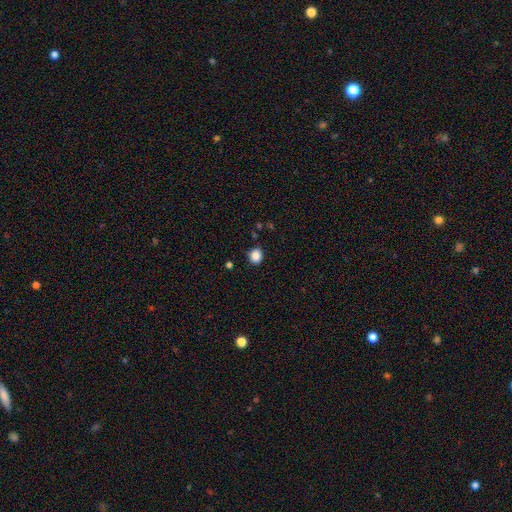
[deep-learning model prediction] Smooth or featured? Predicted: smooth (p=0.86). How rounded? Predicted: round (p=0.74). Merging? Predicted: none (p=0.87).